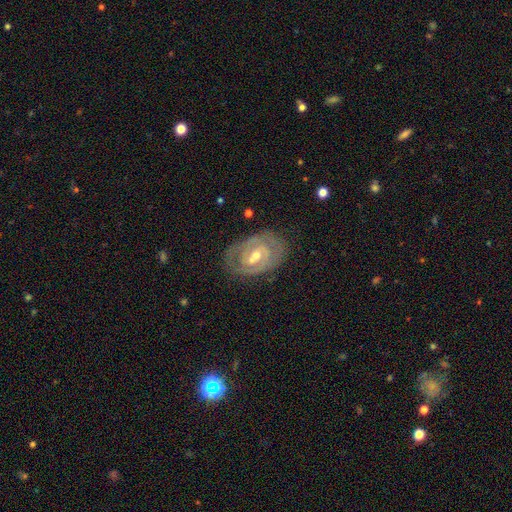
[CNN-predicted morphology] A featured or disk galaxy (80%) with a weak bar (47%), 2 (52%) tight (65%) spiral arms (75%) and a moderate central bulge (53%). Merging: none (75%).